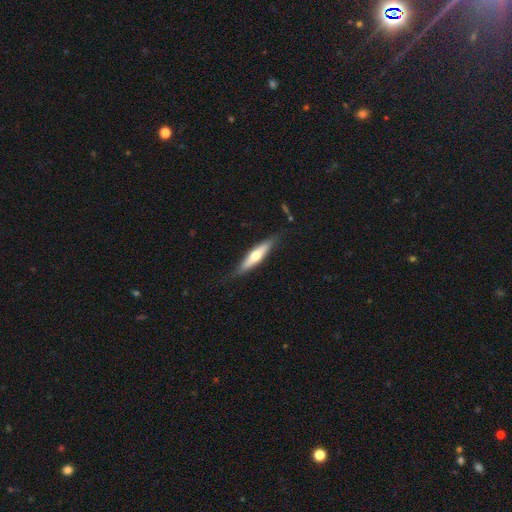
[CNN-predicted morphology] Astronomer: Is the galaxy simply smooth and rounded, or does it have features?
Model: smooth — 48% (runner-up: featured or disk, 46%).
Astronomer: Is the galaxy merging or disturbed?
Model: none — 79%.